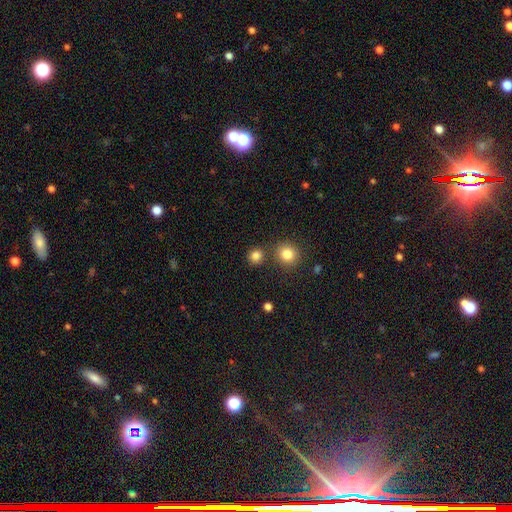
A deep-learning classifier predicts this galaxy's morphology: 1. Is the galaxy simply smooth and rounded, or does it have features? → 83% smooth, 13% star or artifact, 4% featured or disk.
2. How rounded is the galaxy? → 89% round, 10% in between, 1% cigar-shaped.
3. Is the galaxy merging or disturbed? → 79% none, 11% merger, 7% minor disturbance, 3% major disturbance.